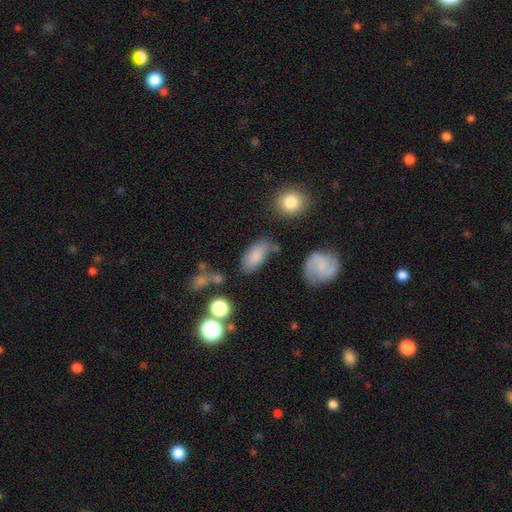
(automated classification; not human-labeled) Smooth or featured? Predicted: smooth (p=0.78). How rounded? Predicted: in between (p=0.92). Merging? Predicted: none (p=0.55).